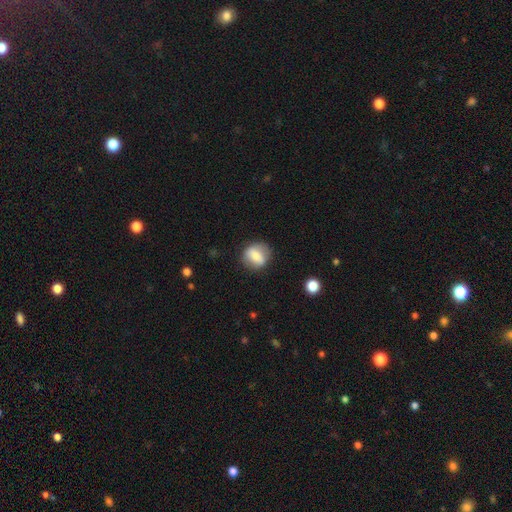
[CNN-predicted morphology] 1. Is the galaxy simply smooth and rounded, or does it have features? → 67% smooth, 26% featured or disk, 8% star or artifact.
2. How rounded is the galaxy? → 64% round, 33% in between, 2% cigar-shaped.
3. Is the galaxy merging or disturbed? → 80% none, 14% minor disturbance, 5% major disturbance, 1% merger.